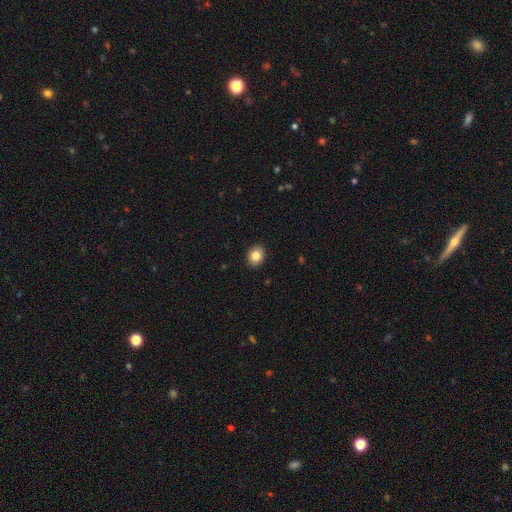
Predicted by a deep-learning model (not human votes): Overall: smooth (84%). How rounded: round (57%; in between 42%). Merging: none (91%).